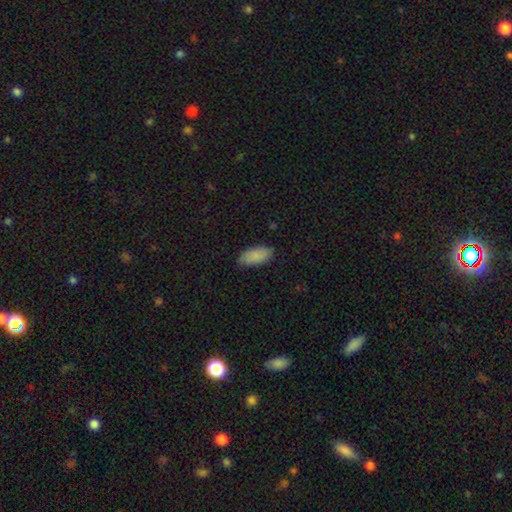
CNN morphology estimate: Smooth or featured? smooth (89%)
How rounded? in between (90%)
Merging? none (85%)